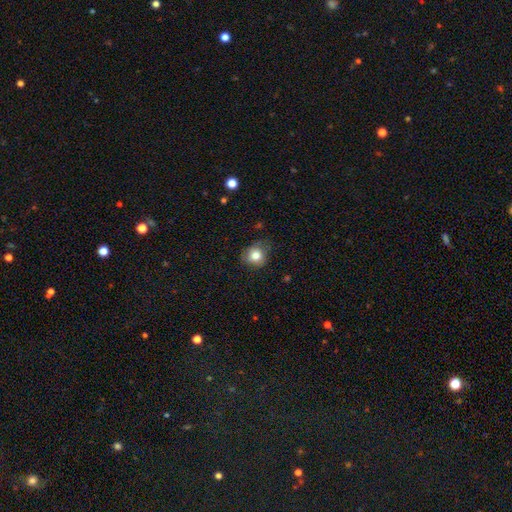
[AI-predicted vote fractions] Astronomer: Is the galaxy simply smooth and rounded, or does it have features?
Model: smooth — 79%.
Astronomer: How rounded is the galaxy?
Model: round — 78%.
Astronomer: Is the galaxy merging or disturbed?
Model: none — 67%.